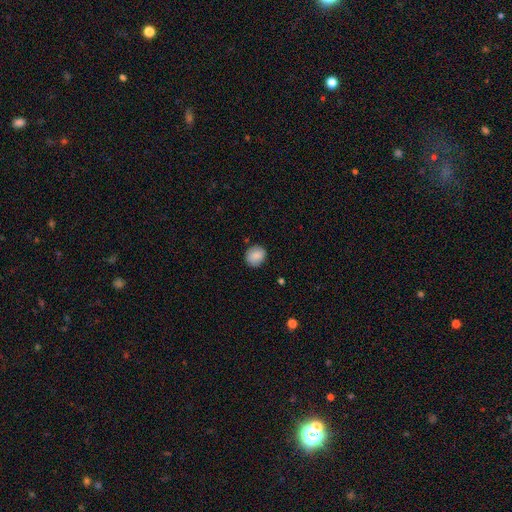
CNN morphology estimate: smooth_or_featured: smooth (p=0.86) [alt: star or artifact p=0.08]
how_rounded: round (p=0.77) [alt: in between p=0.22]
merging: none (p=0.85) [alt: minor disturbance p=0.11]